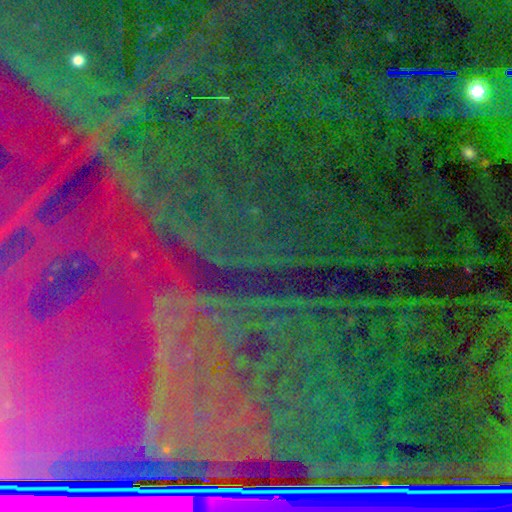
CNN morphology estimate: Smooth or featured? Predicted: star or artifact (p=0.89).